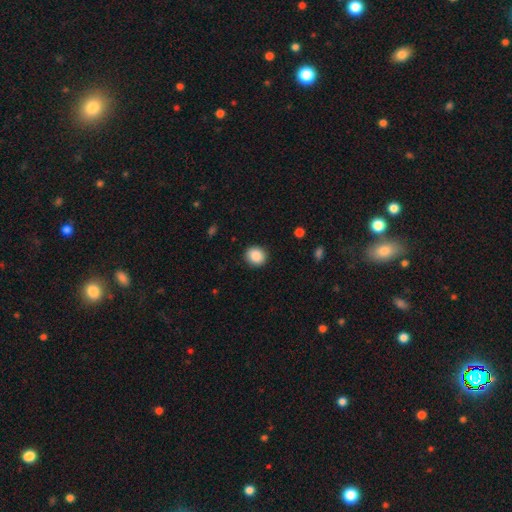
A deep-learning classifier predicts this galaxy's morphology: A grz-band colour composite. It shows a smooth galaxy with no disk features (89%) that is round (82%). Merging: none (90%).